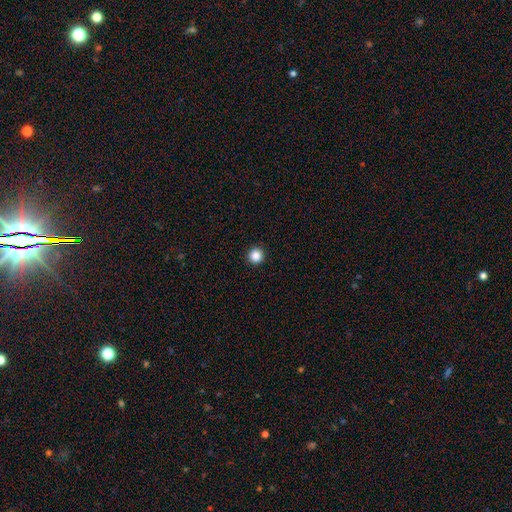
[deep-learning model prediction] smooth_or_featured: smooth (p=0.86) [alt: star or artifact p=0.11]
how_rounded: round (p=0.96) [alt: in between p=0.03]
merging: none (p=0.94) [alt: minor disturbance p=0.04]